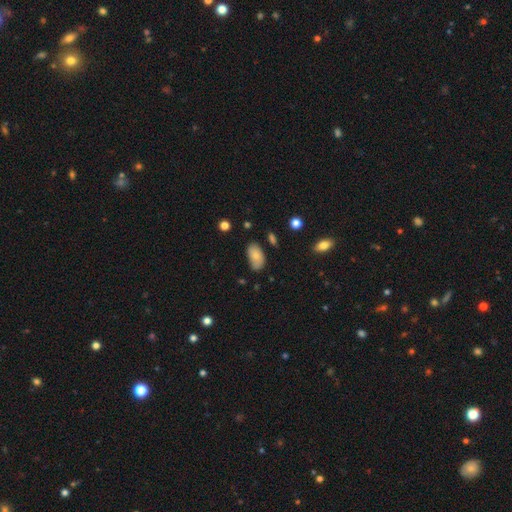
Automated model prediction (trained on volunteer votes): Smooth or featured? smooth (77%)
How rounded? in between (94%)
Merging? none (68%)